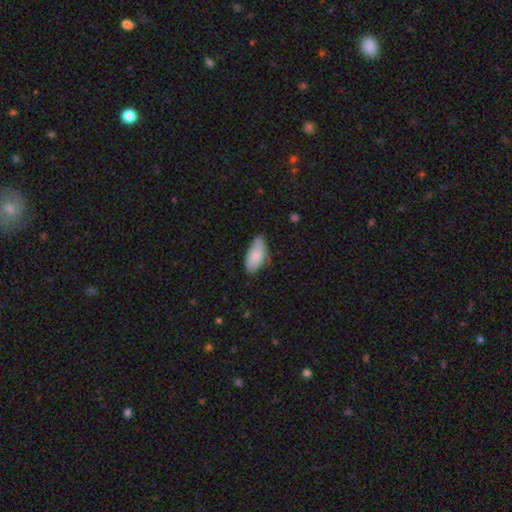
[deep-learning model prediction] smooth_or_featured: smooth (p=0.74) [alt: featured or disk p=0.19]
how_rounded: in between (p=0.93) [alt: cigar-shaped p=0.05]
merging: none (p=0.65) [alt: minor disturbance p=0.28]